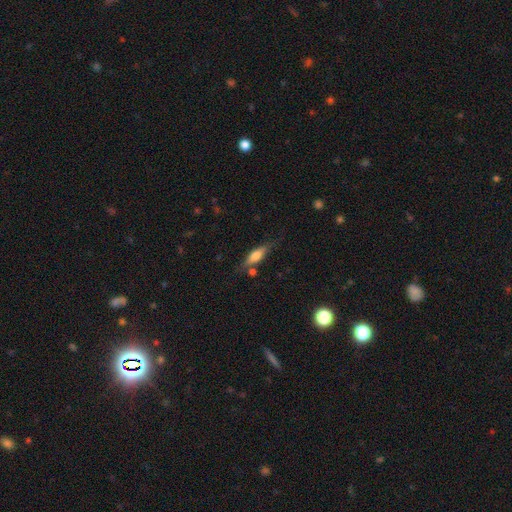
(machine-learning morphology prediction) Overall: smooth (55%; featured or disk 38%). How rounded: cigar-shaped (58%; in between 39%). Merging: none (71%).